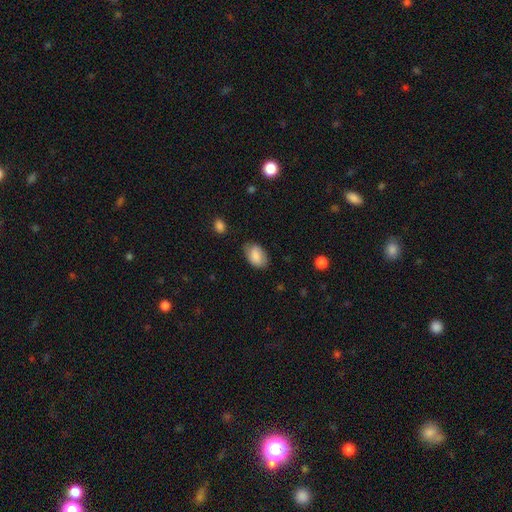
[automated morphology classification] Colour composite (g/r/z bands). It shows a smooth galaxy with no disk features (83%) that is in between round and cigar-shaped (90%). Merging: none (73%).